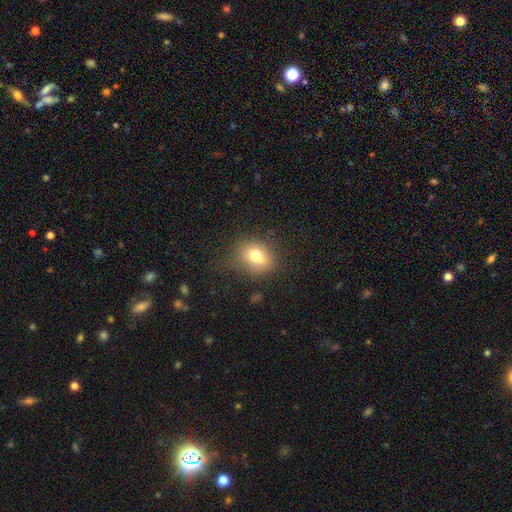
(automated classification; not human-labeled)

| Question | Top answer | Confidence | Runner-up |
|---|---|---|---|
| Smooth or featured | smooth | 70% | featured or disk (16%) |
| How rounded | round | 58% | in between (40%) |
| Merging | none | 69% | minor disturbance (19%) |